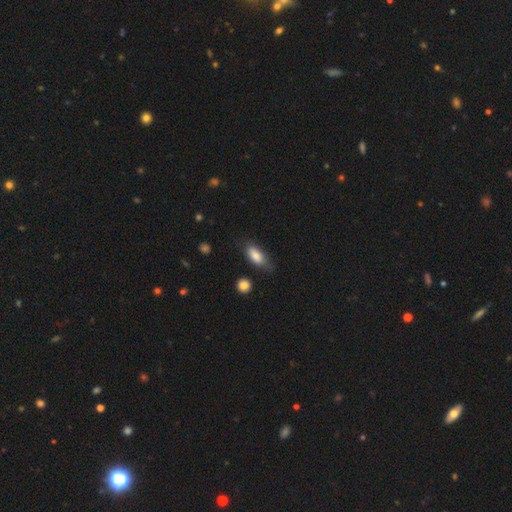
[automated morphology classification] smooth 81%, featured or disk 12%, star or artifact 7%. Down the decision tree: how rounded — in between (81%); merging — none (61%).